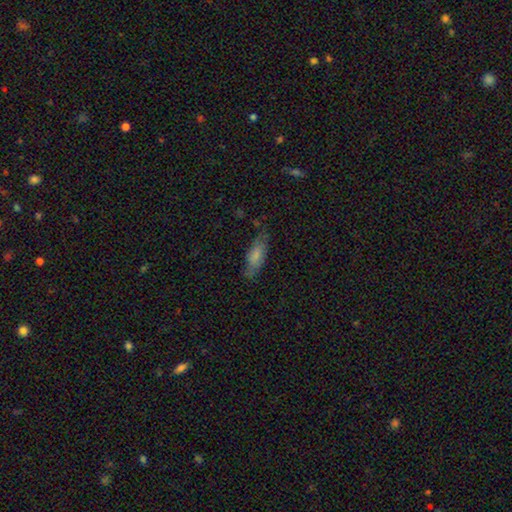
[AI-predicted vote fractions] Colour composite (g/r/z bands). It shows a smooth galaxy with no disk features (70%) that is in between round and cigar-shaped (68%). Merging: none (66%).